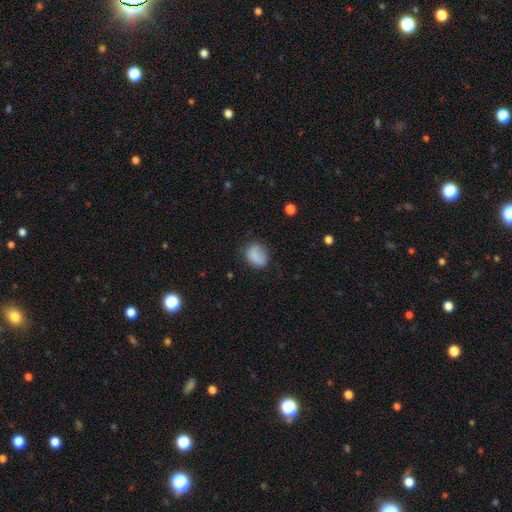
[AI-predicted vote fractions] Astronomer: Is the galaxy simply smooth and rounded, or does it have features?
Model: smooth — 84%.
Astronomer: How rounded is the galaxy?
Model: in between — 60% (runner-up: round, 39%).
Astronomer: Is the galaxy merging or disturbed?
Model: none — 71%.